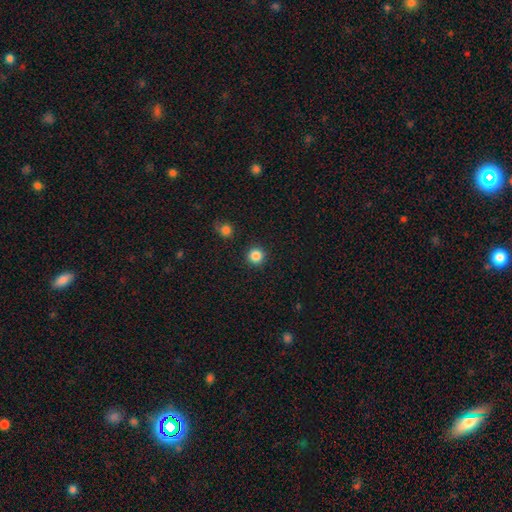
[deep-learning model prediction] This is clearly a smooth galaxy (85%). How rounded: clearly round (95%). Merging: clearly none (91%).